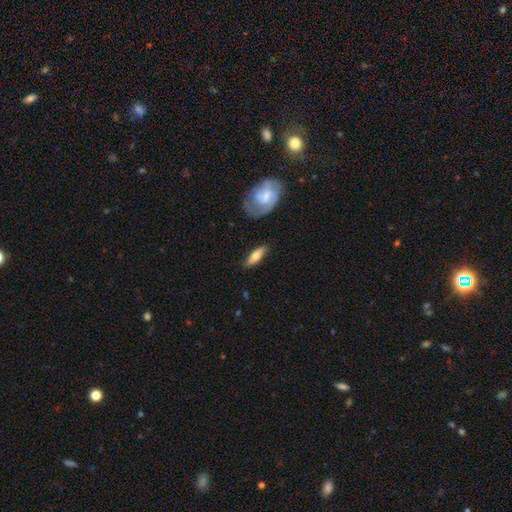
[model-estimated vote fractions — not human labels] Overall: smooth (60%; featured or disk 35%). How rounded: in between (53%; cigar-shaped 45%). Merging: none (82%).